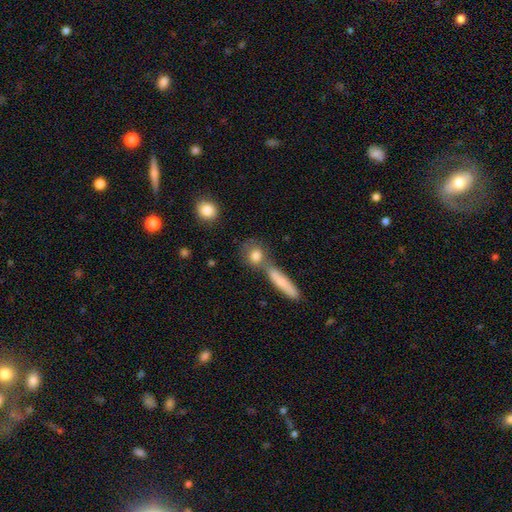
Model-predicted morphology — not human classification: type=smooth (77%); roundness=round (56%); merging=none (48%).